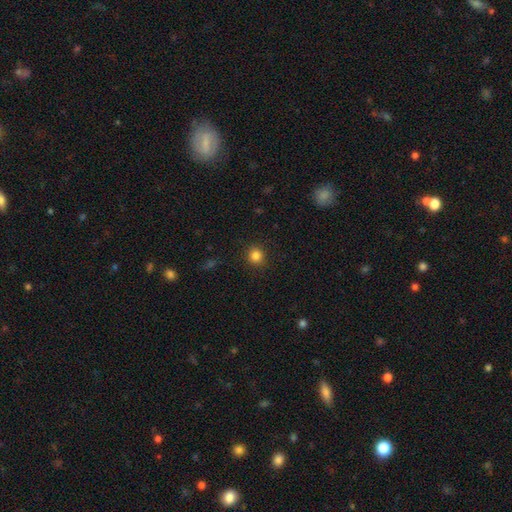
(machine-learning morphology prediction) A smooth galaxy with no disk features (84%) that is round (92%). Merging: none (91%).